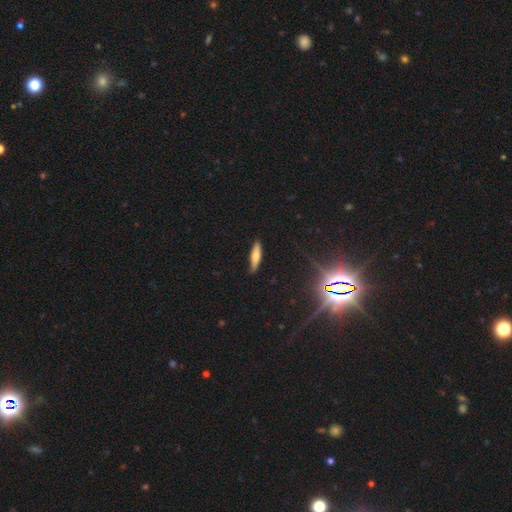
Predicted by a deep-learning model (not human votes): A smooth galaxy with no disk features (66%) that is cigar-shaped (74%).

Vote fractions:
- Smooth or featured? smooth: 66% / featured or disk: 25% / star or artifact: 9%
- How rounded? cigar-shaped: 74% / in between: 24% / round: 2%
- Merging? none: 84% / minor disturbance: 12% / major disturbance: 2% / merger: 1%